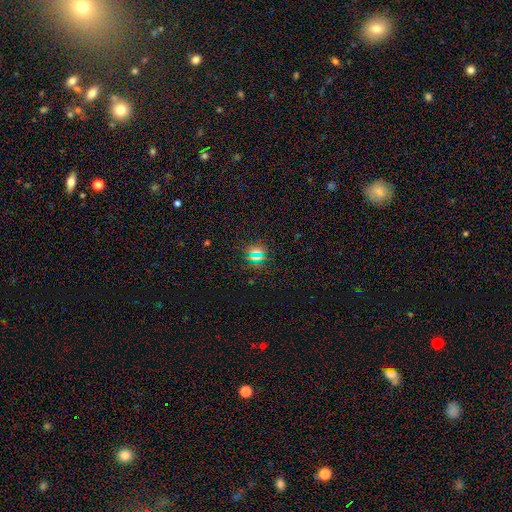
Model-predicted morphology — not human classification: Smooth or featured? Predicted: star or artifact (p=0.57).